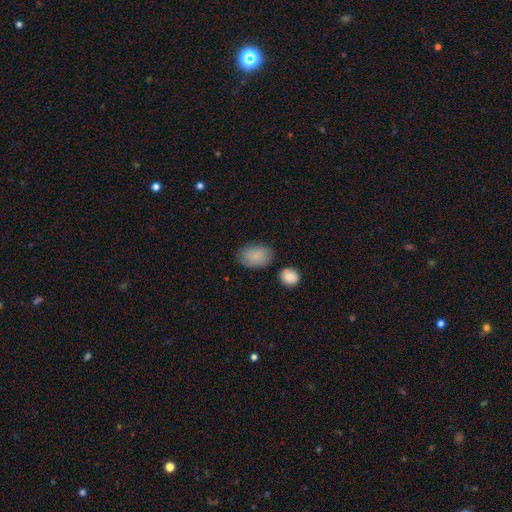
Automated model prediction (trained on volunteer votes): Morphology: type=smooth (87%); roundness=in between (85%); merging=none (76%).